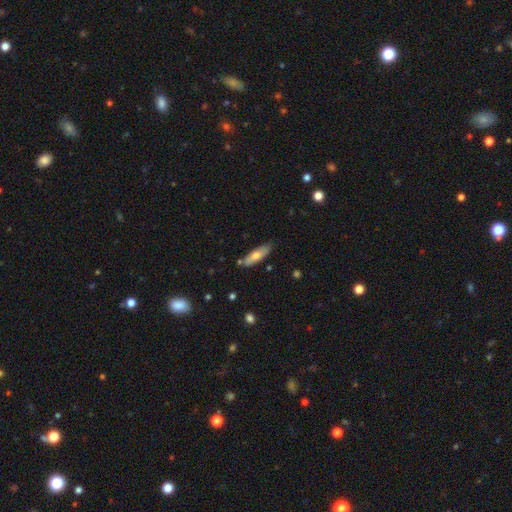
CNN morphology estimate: A smooth galaxy with no disk features (66%) that is cigar-shaped (55%).

Vote fractions:
- Smooth or featured? smooth: 66% / featured or disk: 28% / star or artifact: 6%
- How rounded? cigar-shaped: 55% / in between: 43% / round: 2%
- Merging? none: 78% / minor disturbance: 15% / merger: 4% / major disturbance: 2%